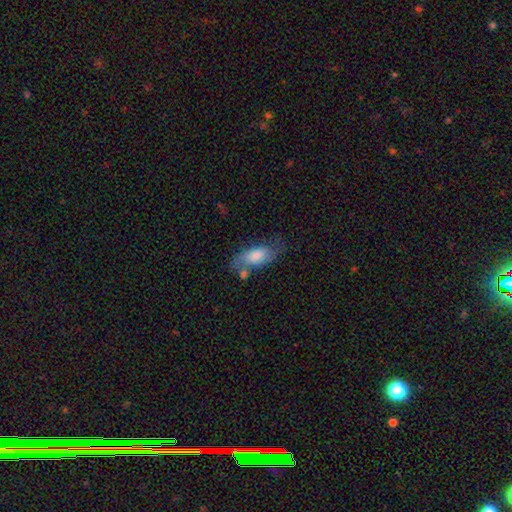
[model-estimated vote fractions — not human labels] A smooth galaxy with no disk features (59%) that is in between round and cigar-shaped (83%). Merging: none (50%).